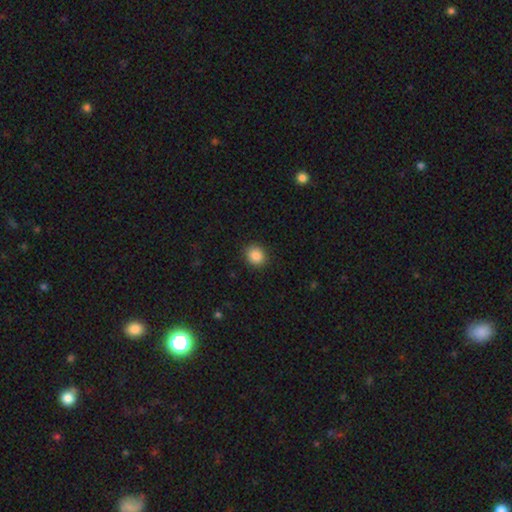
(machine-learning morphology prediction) Smooth or featured? Predicted: smooth (p=0.87). How rounded? Predicted: round (p=0.75). Merging? Predicted: none (p=0.90).